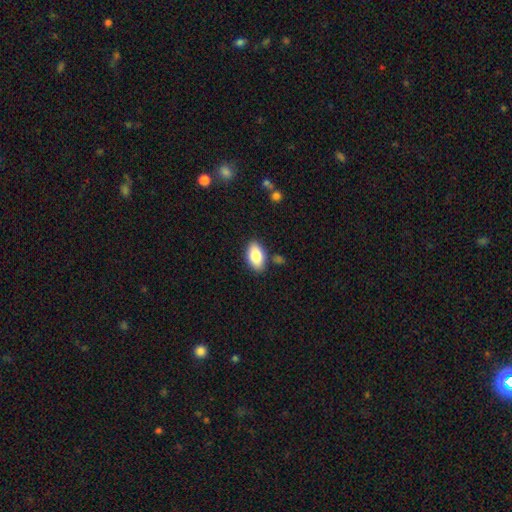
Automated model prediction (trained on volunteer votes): smooth-or-featured: smooth: 82% | featured or disk: 11% | star or artifact: 7%
  how-rounded: in between: 92% | round: 5% | cigar-shaped: 3%
  merging: none: 82% | minor disturbance: 11% | merger: 4% | major disturbance: 3%